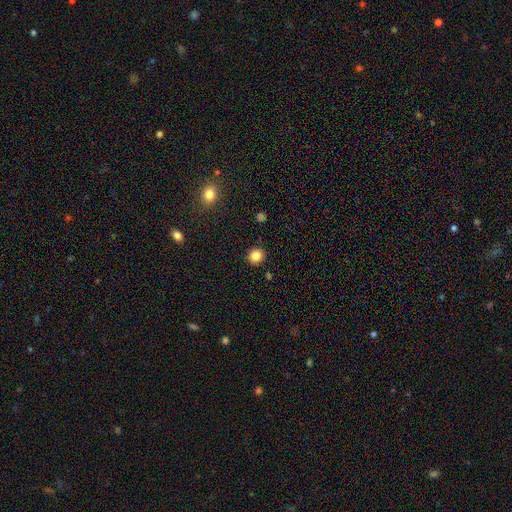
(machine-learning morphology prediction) type=smooth (83%); roundness=round (89%); merging=none (91%).